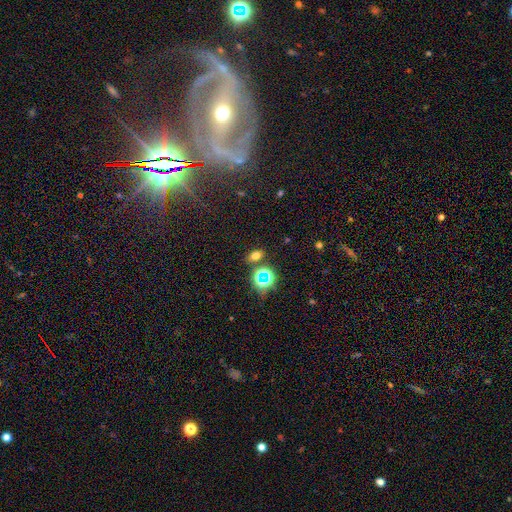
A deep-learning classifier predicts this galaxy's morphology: smooth_or_featured: smooth (p=0.62) [alt: star or artifact p=0.28]
how_rounded: in between (p=0.74) [alt: round p=0.23]
merging: none (p=0.79) [alt: minor disturbance p=0.09]